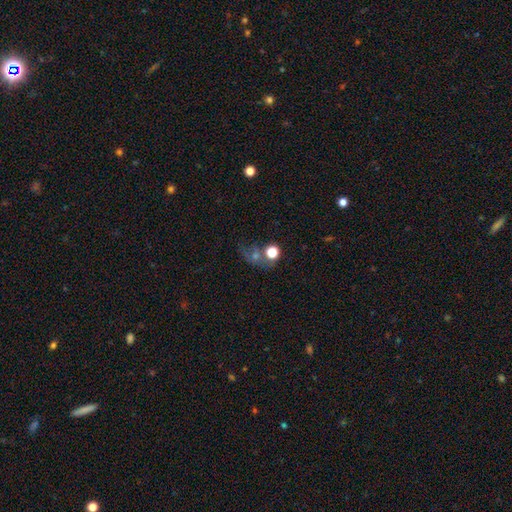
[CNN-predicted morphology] A smooth galaxy with no disk features (38%). Merging: none (42%).